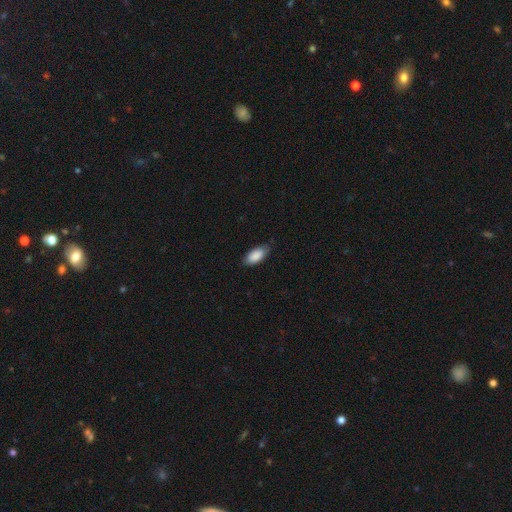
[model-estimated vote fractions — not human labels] Morphology: type=smooth (88%); roundness=in between (91%); merging=none (77%).